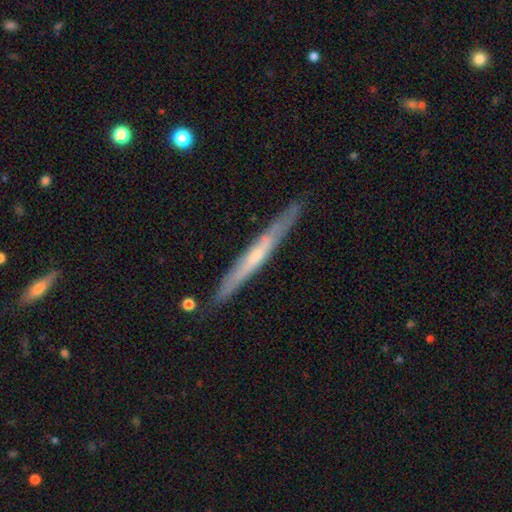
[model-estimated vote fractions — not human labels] Smooth or featured: featured or disk — 64% (smooth — 31%)
Edge-on disk: yes — 94% (no — 6%)
Edge-on bulge: none — 57% (rounded — 38%)
Merging: none — 87% (minor disturbance — 9%)